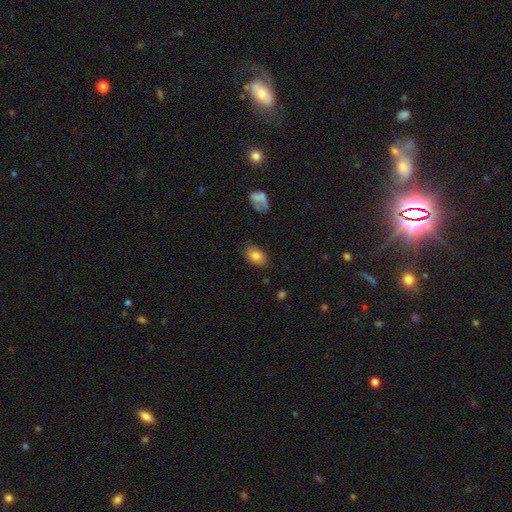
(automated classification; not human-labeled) smooth 82%, featured or disk 10%, star or artifact 8%. Down the decision tree: how rounded — in between (88%); merging — none (82%).